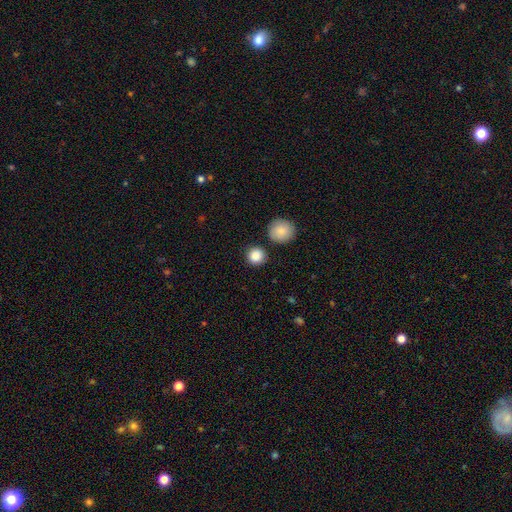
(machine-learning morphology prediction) A smooth galaxy with no disk features (86%) that is round (92%). Merging: none (85%).